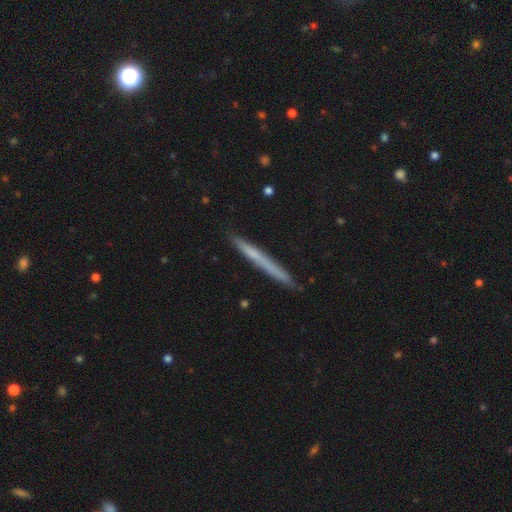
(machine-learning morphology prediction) Smooth or featured?
  - smooth: 56% *
  - featured or disk: 39%
  - star or artifact: 6%
How rounded?
  - cigar-shaped: 97% *
  - in between: 2%
  - round: 1%
Merging?
  - none: 87% *
  - minor disturbance: 10%
  - major disturbance: 2%
  - merger: 1%